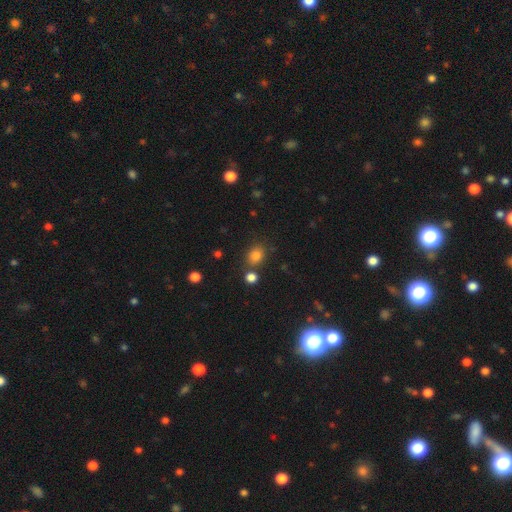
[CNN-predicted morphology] Smooth or featured? Predicted: smooth (p=0.81). How rounded? Predicted: round (p=0.54). Merging? Predicted: none (p=0.72).